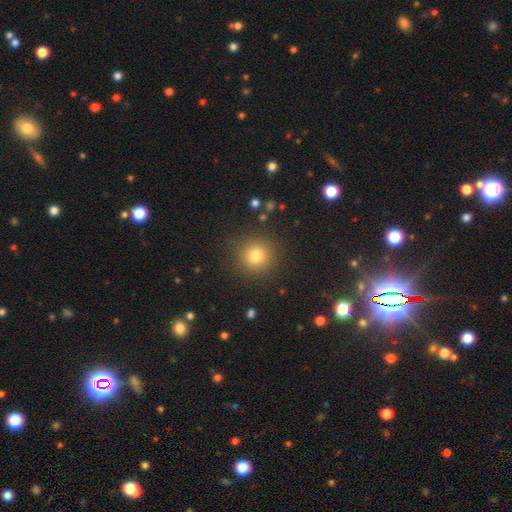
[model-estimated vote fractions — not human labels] smooth 77%, star or artifact 15%, featured or disk 8%. Down the decision tree: how rounded — round (94%); merging — none (89%).